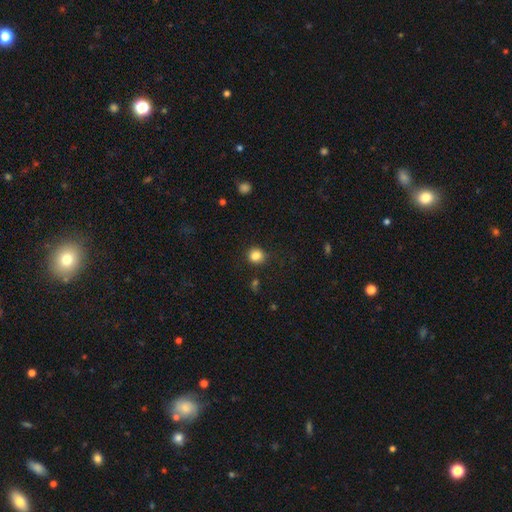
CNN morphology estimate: smooth_or_featured: smooth (p=0.84) [alt: star or artifact p=0.12]
how_rounded: round (p=0.84) [alt: in between p=0.15]
merging: none (p=0.82) [alt: minor disturbance p=0.12]